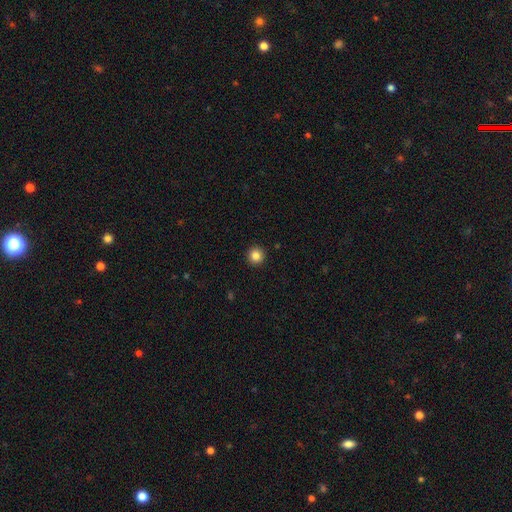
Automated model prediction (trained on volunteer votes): Q: Smooth or featured?
A: smooth (84%); runner-up: star or artifact (11%)
Q: How rounded?
A: round (96%); runner-up: in between (3%)
Q: Merging?
A: none (94%); runner-up: minor disturbance (4%)